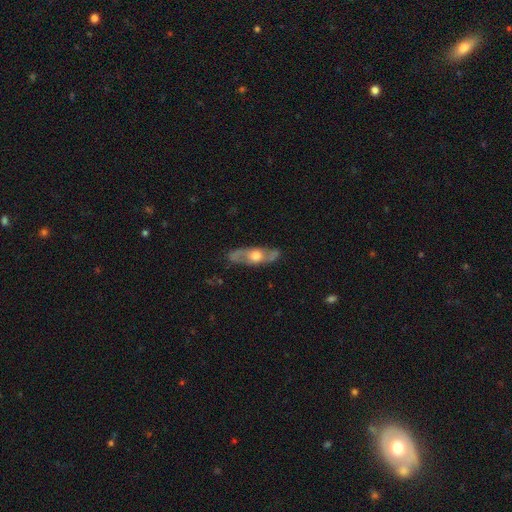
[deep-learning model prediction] Smooth or featured? Predicted: featured or disk (p=0.65). Edge-on disk? Predicted: no (p=0.52). Merging? Predicted: none (p=0.82).